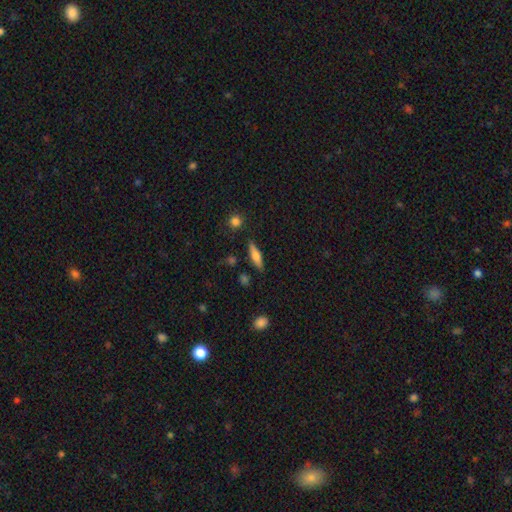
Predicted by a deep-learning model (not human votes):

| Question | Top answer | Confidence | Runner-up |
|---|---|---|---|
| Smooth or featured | smooth | 55% | featured or disk (38%) |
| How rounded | cigar-shaped | 67% | in between (30%) |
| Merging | none | 84% | minor disturbance (11%) |